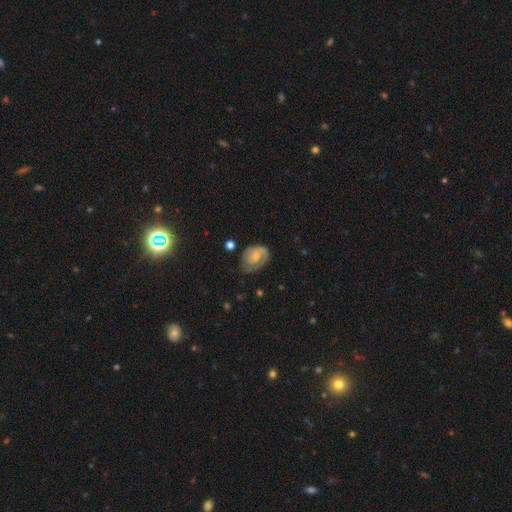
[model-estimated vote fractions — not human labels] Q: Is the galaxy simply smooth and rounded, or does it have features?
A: featured or disk — 65%.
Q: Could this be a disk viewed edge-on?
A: no — 97%.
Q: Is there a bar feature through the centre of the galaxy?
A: no — 63%.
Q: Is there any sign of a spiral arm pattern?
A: yes — 88%.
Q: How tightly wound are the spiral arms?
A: tight — 48%.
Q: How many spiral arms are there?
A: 2 — 44%.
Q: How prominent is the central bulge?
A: small — 61%.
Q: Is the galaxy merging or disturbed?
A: none — 53%.